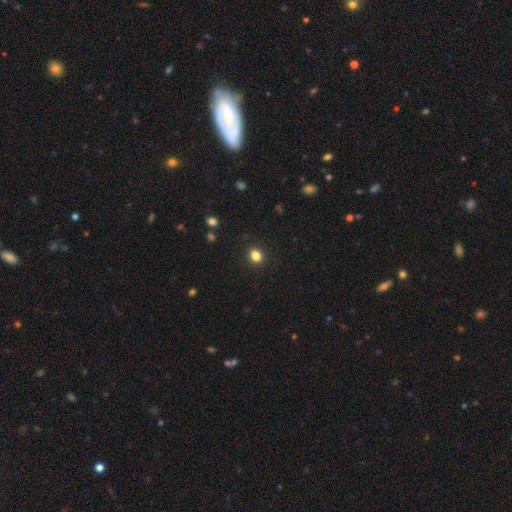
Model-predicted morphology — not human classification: smooth_or_featured: smooth (p=0.83) [alt: star or artifact p=0.12]
how_rounded: round (p=0.68) [alt: in between p=0.31]
merging: none (p=0.90) [alt: minor disturbance p=0.07]